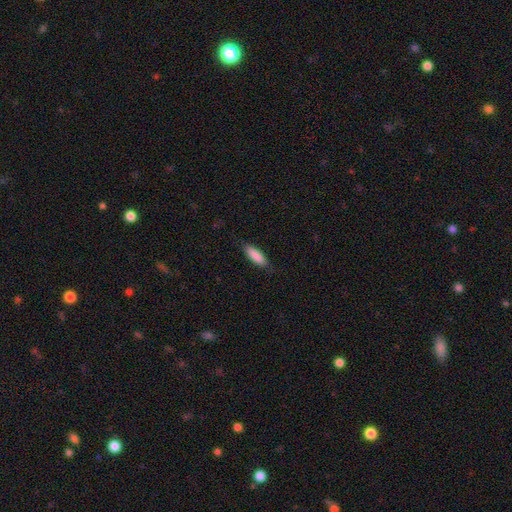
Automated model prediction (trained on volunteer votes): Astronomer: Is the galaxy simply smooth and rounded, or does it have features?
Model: smooth — 87%.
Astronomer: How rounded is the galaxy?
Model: cigar-shaped — 51% (runner-up: in between, 47%).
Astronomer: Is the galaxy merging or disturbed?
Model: none — 81%.